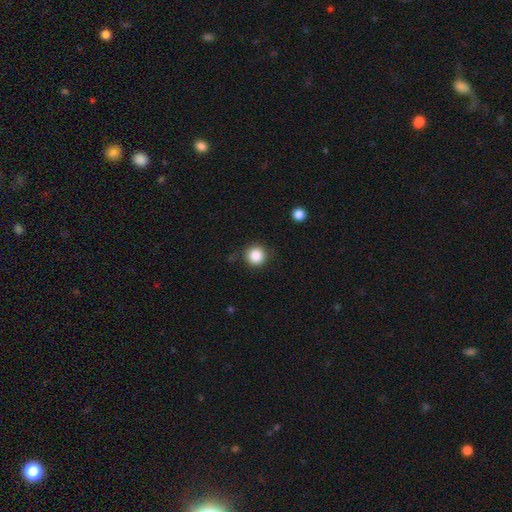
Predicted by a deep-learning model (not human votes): A smooth galaxy with no disk features (86%) that is round (94%).

Vote fractions:
- Smooth or featured? smooth: 86% / star or artifact: 10% / featured or disk: 3%
- How rounded? round: 94% / in between: 5% / cigar-shaped: 1%
- Merging? none: 86% / minor disturbance: 9% / major disturbance: 3% / merger: 2%